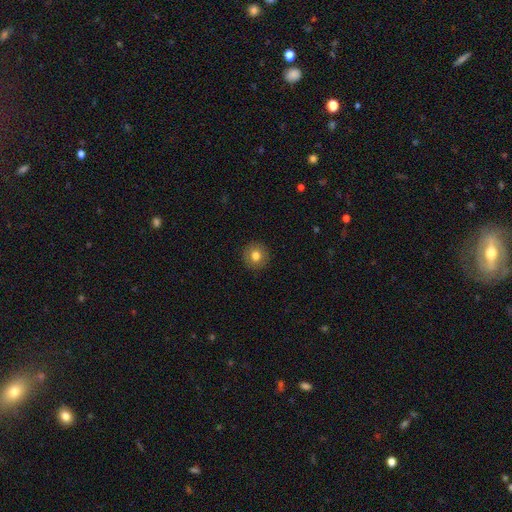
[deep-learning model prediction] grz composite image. It shows a smooth galaxy with no disk features (78%) that is round (95%). Merging: none (92%).